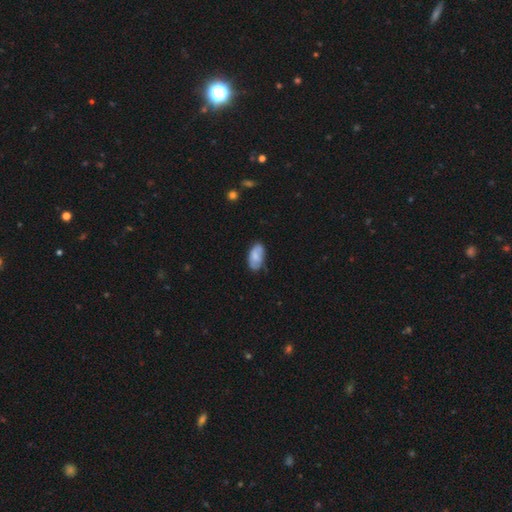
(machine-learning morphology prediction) Overall: smooth (67%). How rounded: in between (94%). Merging: none (65%; minor disturbance 27%).